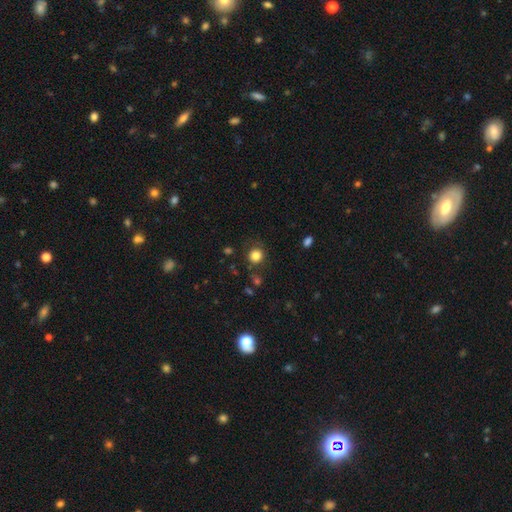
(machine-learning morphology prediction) Overall: smooth (82%). How rounded: round (90%). Merging: none (81%).